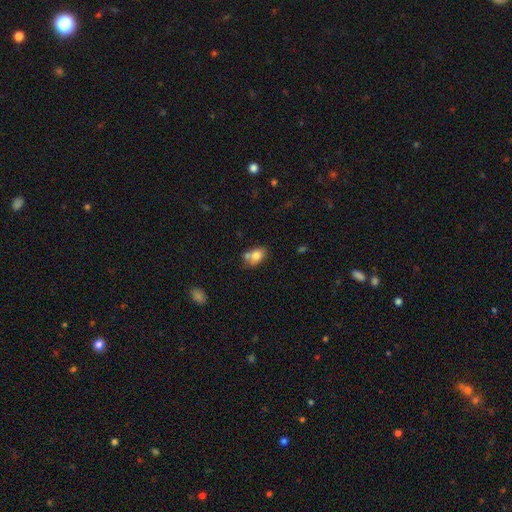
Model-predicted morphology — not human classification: The model was most divided on "merging": none: 46%, merger: 31%, minor disturbance: 17%, major disturbance: 5%. More confident: smooth or featured — smooth (78%); how rounded — in between (78%).